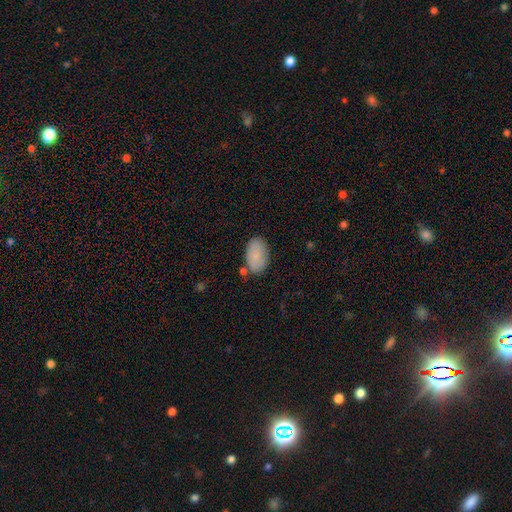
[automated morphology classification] The model was most divided on "merging": none: 75%, minor disturbance: 15%, merger: 6%, major disturbance: 4%. More confident: how rounded — in between (94%); smooth or featured — smooth (86%).